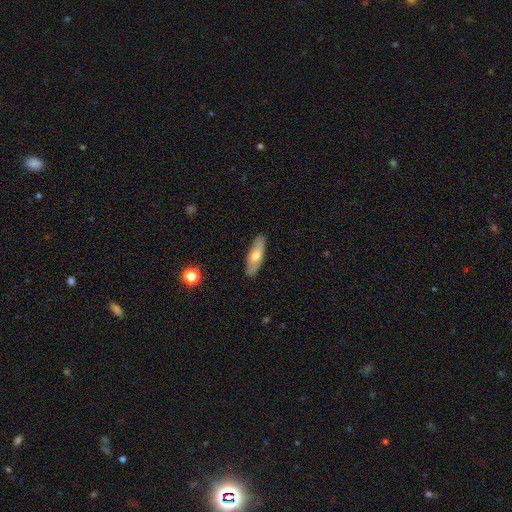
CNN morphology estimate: Smooth or featured?
  - smooth: 62% *
  - featured or disk: 32%
  - star or artifact: 6%
How rounded?
  - in between: 56% *
  - cigar-shaped: 42%
  - round: 3%
Merging?
  - none: 88% *
  - minor disturbance: 9%
  - major disturbance: 2%
  - merger: 1%